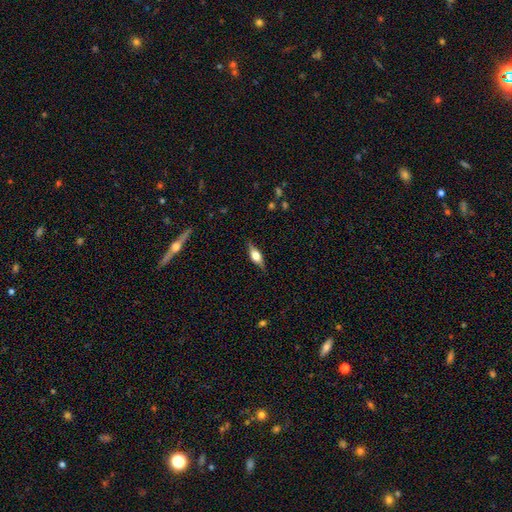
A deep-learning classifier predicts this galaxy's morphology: A featured or disk galaxy (55%) viewed edge-on (93%) with a rounded central bulge (90%).

Vote fractions:
- Smooth or featured? featured or disk: 55% / smooth: 38% / star or artifact: 7%
- Edge-on disk? yes: 93% / no: 7%
- Edge-on bulge? rounded: 90% / boxy: 8% / none: 2%
- Merging? none: 83% / minor disturbance: 13% / major disturbance: 3% / merger: 1%